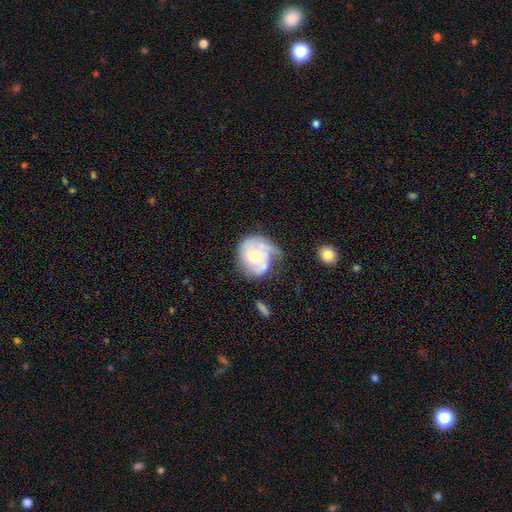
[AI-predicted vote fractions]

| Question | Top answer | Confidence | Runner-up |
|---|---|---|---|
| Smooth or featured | featured or disk | 66% | smooth (27%) |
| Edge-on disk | no | 98% | yes (2%) |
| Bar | no | 73% | weak (23%) |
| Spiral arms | yes | 81% | no (19%) |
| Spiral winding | tight | 42% | medium (38%) |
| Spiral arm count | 2 | 46% | can't tell (25%) |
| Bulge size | small | 46% | tied: moderate (46%) |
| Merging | none | 39% | minor disturbance (29%) |